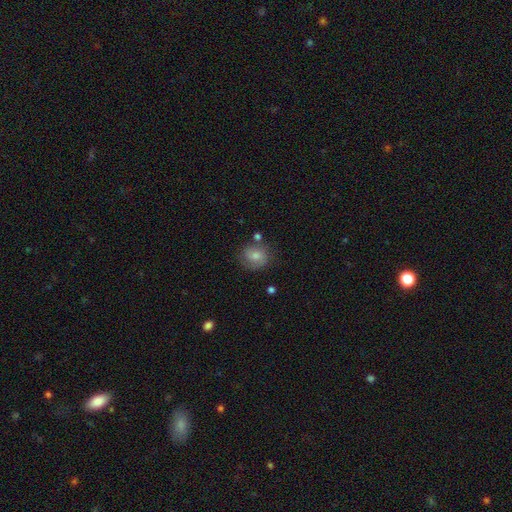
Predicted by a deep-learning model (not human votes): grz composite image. It shows a smooth galaxy with no disk features (63%) that is round (73%). Merging: none (69%).